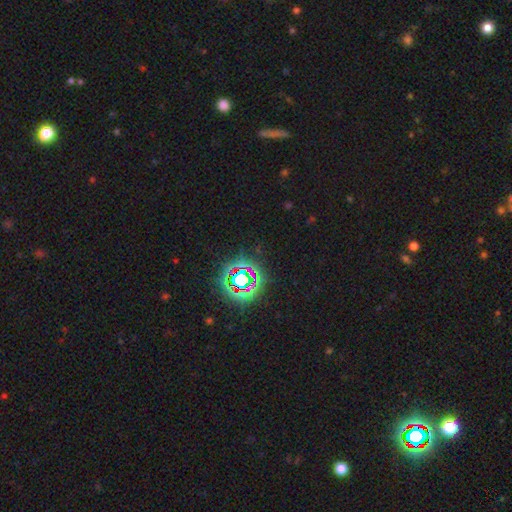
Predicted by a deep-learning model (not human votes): Overall: star or artifact (77%).